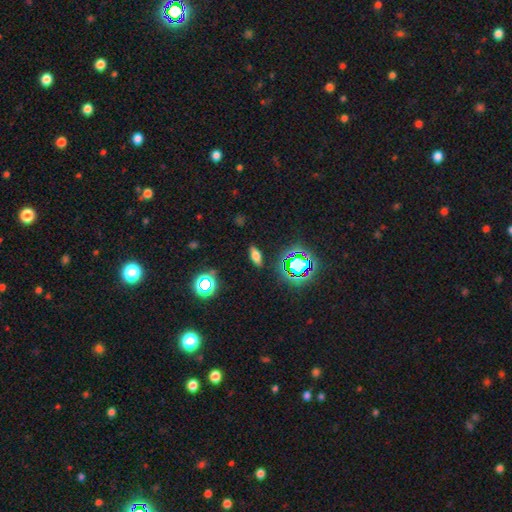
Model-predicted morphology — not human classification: A smooth galaxy with no disk features (60%) that is in between round and cigar-shaped (68%).

Vote fractions:
- Smooth or featured? smooth: 60% / star or artifact: 24% / featured or disk: 15%
- How rounded? in between: 68% / cigar-shaped: 26% / round: 6%
- Merging? none: 87% / minor disturbance: 8% / major disturbance: 2% / merger: 2%